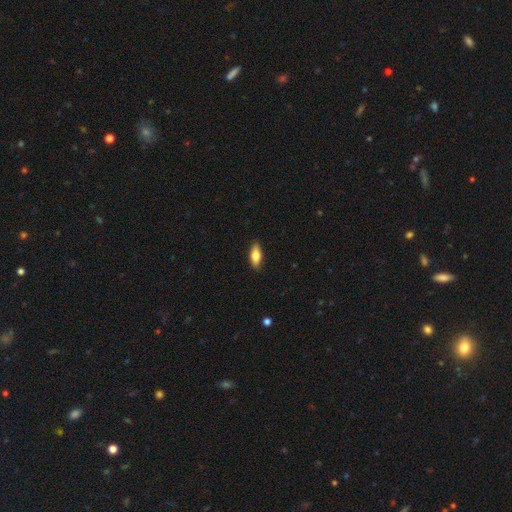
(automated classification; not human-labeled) A smooth galaxy with no disk features (75%) that is in between round and cigar-shaped (76%).

Vote fractions:
- Smooth or featured? smooth: 75% / featured or disk: 19% / star or artifact: 6%
- How rounded? in between: 76% / cigar-shaped: 21% / round: 3%
- Merging? none: 88% / minor disturbance: 9% / major disturbance: 2% / merger: 1%